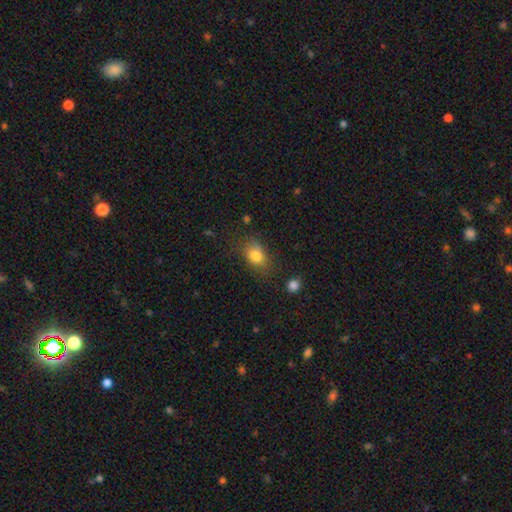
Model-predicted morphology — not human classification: smooth-or-featured: smooth: 81% | star or artifact: 10% | featured or disk: 9%
  how-rounded: in between: 67% | round: 32% | cigar-shaped: 2%
  merging: none: 72% | minor disturbance: 19% | major disturbance: 7% | merger: 3%